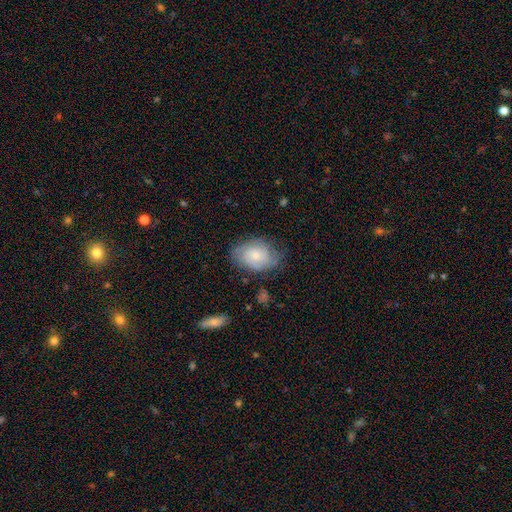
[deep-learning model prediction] smooth_or_featured: smooth (p=0.54) [alt: featured or disk p=0.38]
how_rounded: in between (p=0.75) [alt: round p=0.24]
merging: none (p=0.67) [alt: minor disturbance p=0.23]